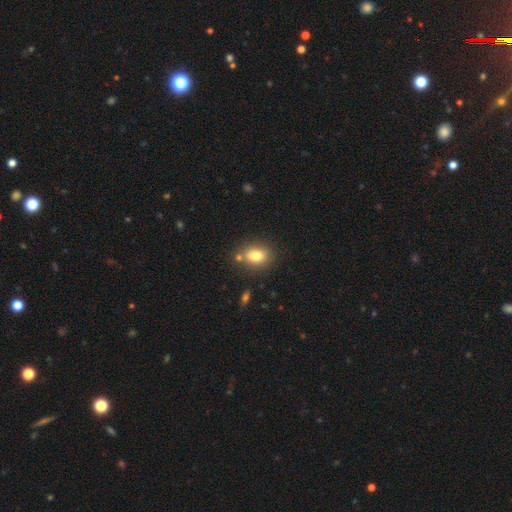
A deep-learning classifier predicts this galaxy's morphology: Smooth or featured?
  - smooth: 80% *
  - star or artifact: 10%
  - featured or disk: 10%
How rounded?
  - in between: 66% *
  - round: 33%
  - cigar-shaped: 1%
Merging?
  - none: 73% *
  - minor disturbance: 12%
  - merger: 11%
  - major disturbance: 3%